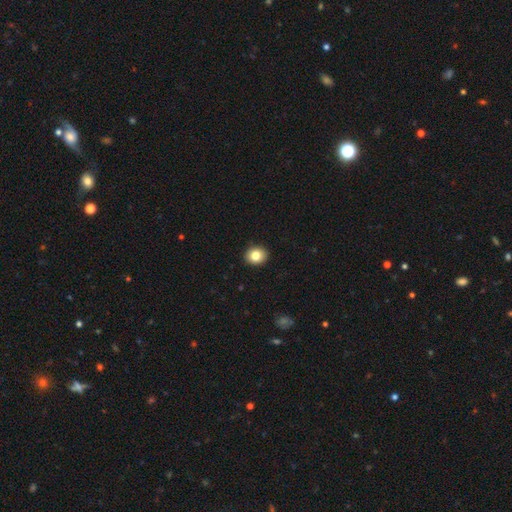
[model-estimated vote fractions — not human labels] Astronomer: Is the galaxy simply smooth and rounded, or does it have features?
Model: smooth — 83%.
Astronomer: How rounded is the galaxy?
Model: round — 73%.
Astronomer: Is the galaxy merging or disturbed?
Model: none — 92%.